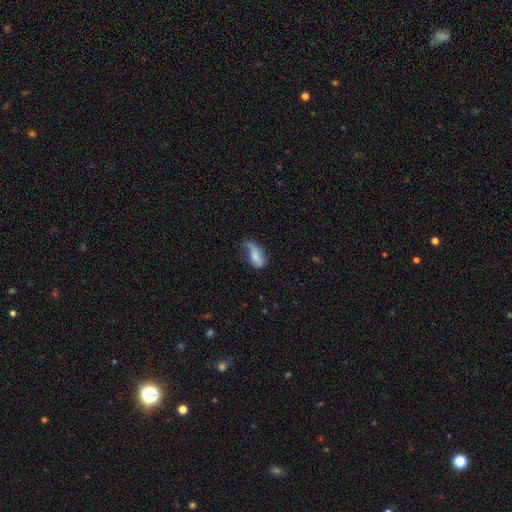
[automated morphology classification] Smooth or featured: smooth — 57% (featured or disk — 34%)
How rounded: in between — 84% (cigar-shaped — 12%)
Merging: minor disturbance — 36% (none — 33%)